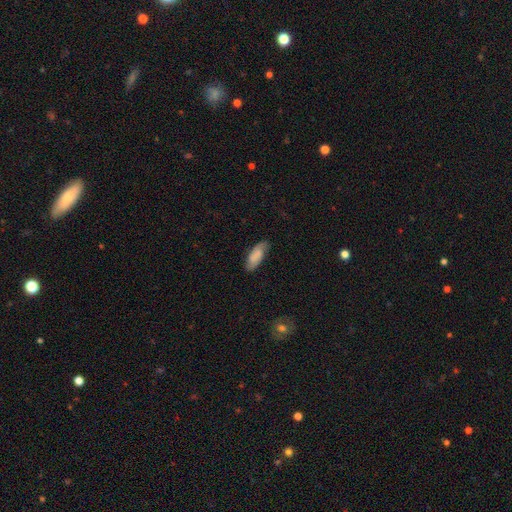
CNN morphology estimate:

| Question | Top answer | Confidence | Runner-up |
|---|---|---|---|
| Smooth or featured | smooth | 68% | featured or disk (26%) |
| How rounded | in between | 77% | cigar-shaped (21%) |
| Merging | none | 76% | minor disturbance (19%) |